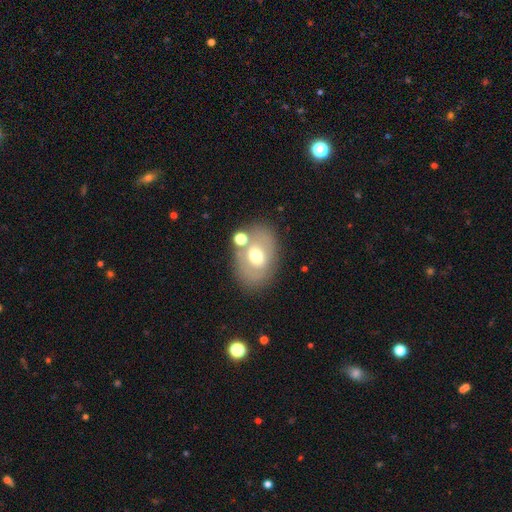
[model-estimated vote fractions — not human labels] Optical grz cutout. It shows a smooth galaxy with no disk features (51%) that is in between round and cigar-shaped (76%). Merging: none (69%).